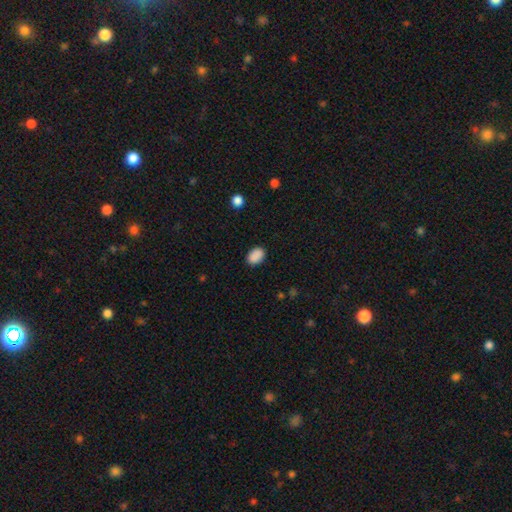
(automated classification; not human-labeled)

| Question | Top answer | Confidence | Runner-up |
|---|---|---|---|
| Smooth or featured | smooth | 89% | star or artifact (8%) |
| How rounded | in between | 78% | round (21%) |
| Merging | none | 87% | minor disturbance (10%) |